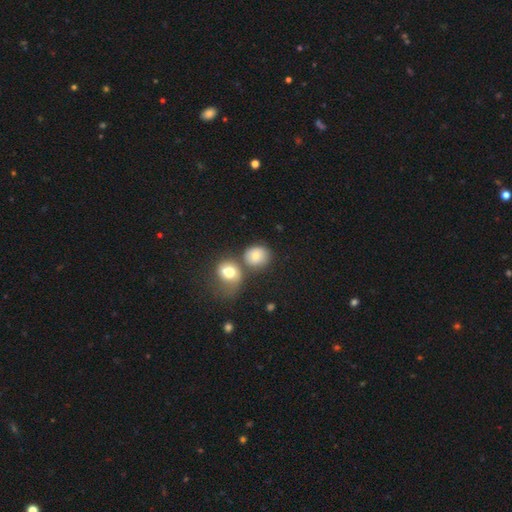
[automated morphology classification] This is likely a smooth galaxy (78%). How rounded: likely round (70%). Merging: possibly none (50%).